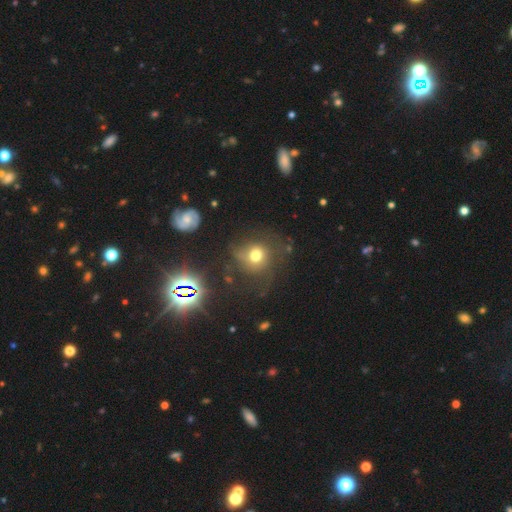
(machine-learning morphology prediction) smooth 62%, featured or disk 20%, star or artifact 18%. Down the decision tree: how rounded — round (83%); merging — none (58%).